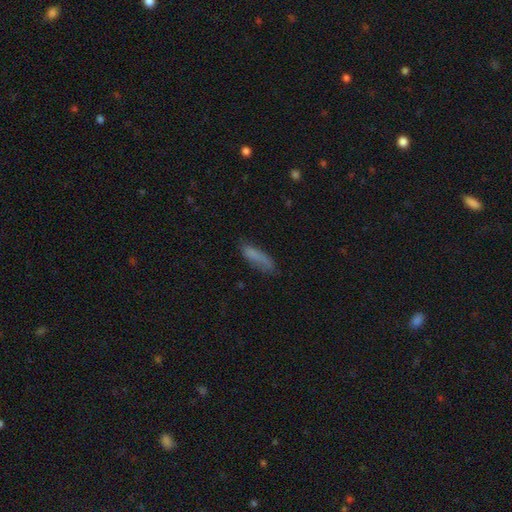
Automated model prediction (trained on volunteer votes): Smooth or featured? Predicted: smooth (p=0.77). How rounded? Predicted: cigar-shaped (p=0.58). Merging? Predicted: none (p=0.63).